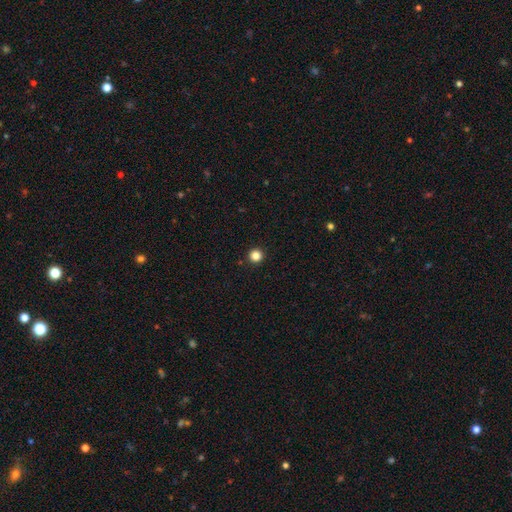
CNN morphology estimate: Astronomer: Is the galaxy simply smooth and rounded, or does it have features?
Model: smooth — 85%.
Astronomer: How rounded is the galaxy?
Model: round — 97%.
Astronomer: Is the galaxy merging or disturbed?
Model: none — 94%.